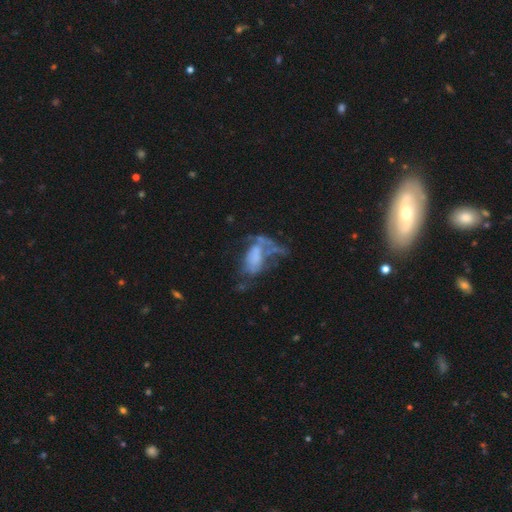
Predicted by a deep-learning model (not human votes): Smooth or featured? featured or disk (55%)
Edge-on disk? no (96%)
Bar? no (82%)
Spiral arms? no (77%)
Bulge size? none (60%)
Merging? major disturbance (47%)